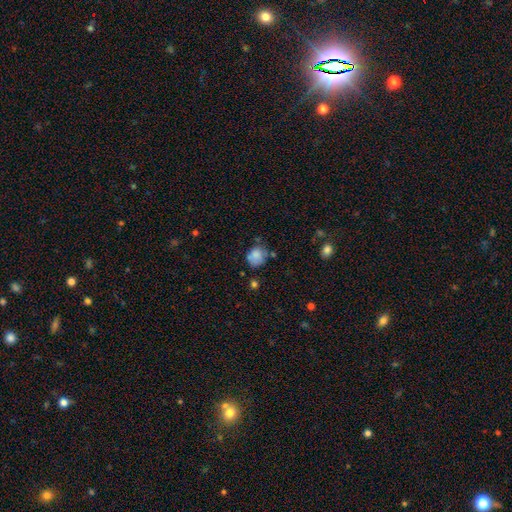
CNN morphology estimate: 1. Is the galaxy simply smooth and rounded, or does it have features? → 78% smooth, 12% featured or disk, 10% star or artifact.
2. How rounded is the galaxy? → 67% round, 32% in between, 1% cigar-shaped.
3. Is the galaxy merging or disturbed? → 52% none, 29% minor disturbance, 10% major disturbance, 9% merger.